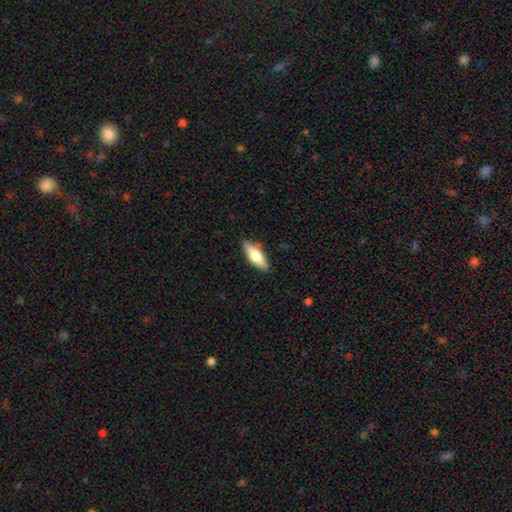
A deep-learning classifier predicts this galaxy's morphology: A smooth galaxy with no disk features (65%) that is in between round and cigar-shaped (58%).

Vote fractions:
- Smooth or featured? smooth: 65% / featured or disk: 29% / star or artifact: 6%
- How rounded? in between: 58% / cigar-shaped: 40% / round: 2%
- Merging? none: 86% / minor disturbance: 10% / major disturbance: 2% / merger: 1%